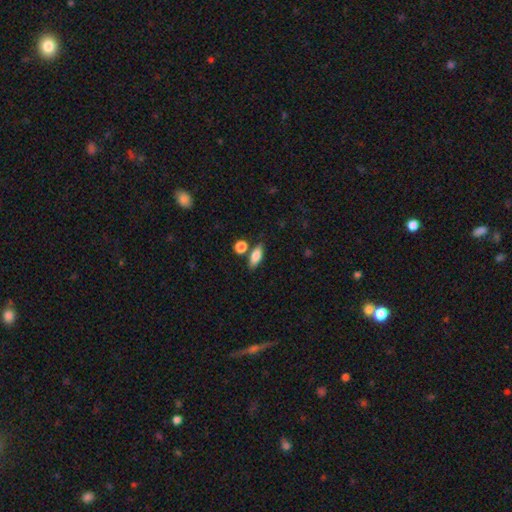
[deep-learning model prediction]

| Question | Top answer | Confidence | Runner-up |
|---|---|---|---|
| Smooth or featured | smooth | 81% | featured or disk (12%) |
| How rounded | in between | 77% | cigar-shaped (17%) |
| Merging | none | 73% | minor disturbance (12%) |